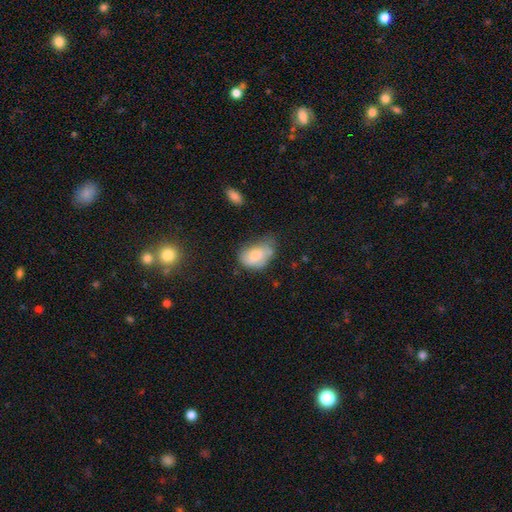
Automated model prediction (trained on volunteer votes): smooth_or_featured: smooth (p=0.73) [alt: featured or disk p=0.19]
how_rounded: in between (p=0.84) [alt: round p=0.14]
merging: minor disturbance (p=0.44) [alt: none p=0.33]